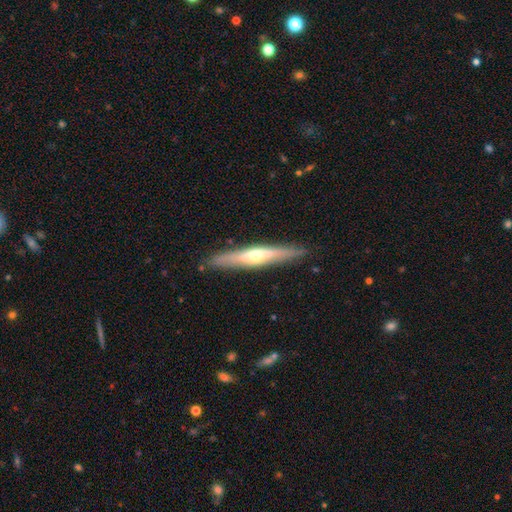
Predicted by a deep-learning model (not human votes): featured or disk 62%, smooth 32%, star or artifact 6%. Down the decision tree: edge-on disk — yes (90%); edge-on bulge — rounded (82%); merging — none (87%).